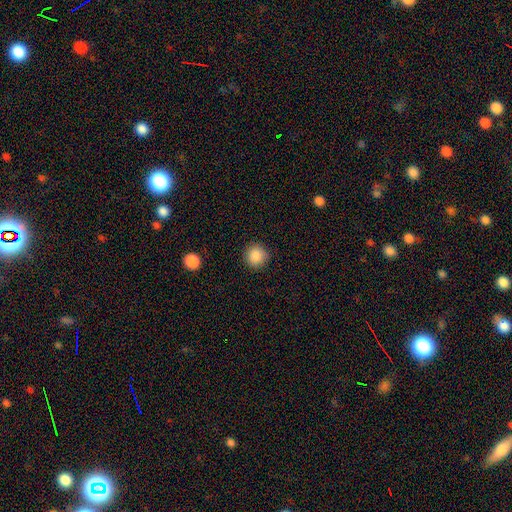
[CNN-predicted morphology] type=smooth (87%); roundness=round (94%); merging=none (89%).